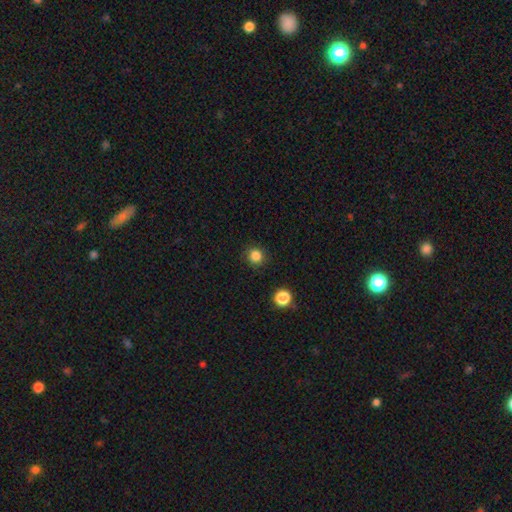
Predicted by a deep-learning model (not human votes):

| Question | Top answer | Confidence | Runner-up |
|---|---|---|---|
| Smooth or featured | smooth | 84% | star or artifact (13%) |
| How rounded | round | 91% | in between (8%) |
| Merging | none | 88% | minor disturbance (8%) |